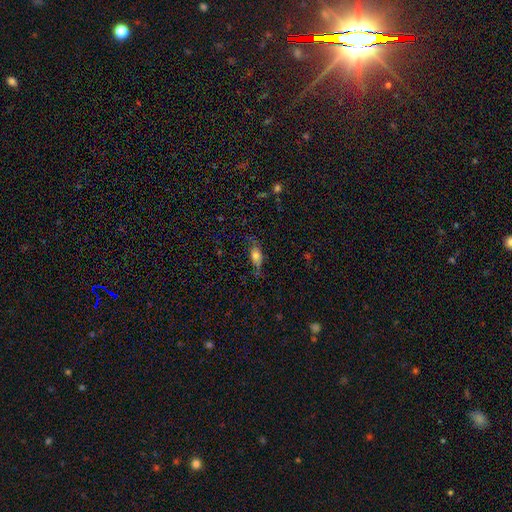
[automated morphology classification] Smooth or featured: smooth — 65% (featured or disk — 25%)
How rounded: in between — 79% (cigar-shaped — 13%)
Merging: none — 56% (minor disturbance — 29%)